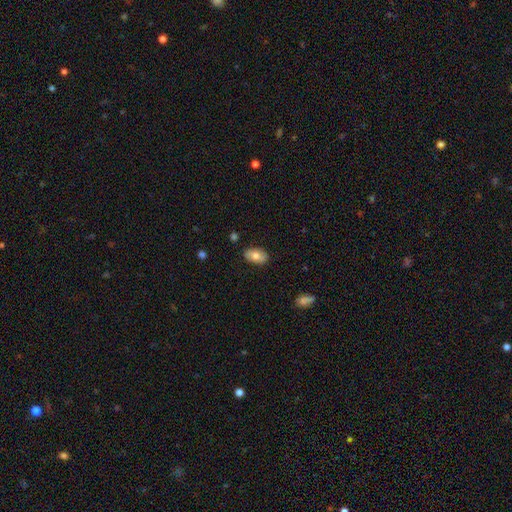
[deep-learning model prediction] A smooth galaxy with no disk features (73%) that is in between round and cigar-shaped (93%).

Vote fractions:
- Smooth or featured? smooth: 73% / featured or disk: 20% / star or artifact: 7%
- How rounded? in between: 93% / round: 6% / cigar-shaped: 2%
- Merging? none: 86% / minor disturbance: 11% / major disturbance: 2% / merger: 1%